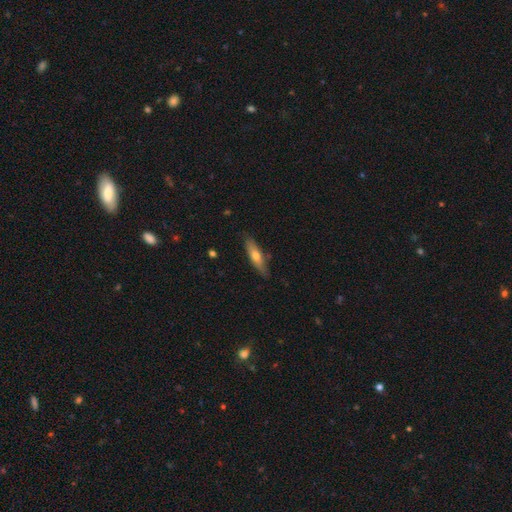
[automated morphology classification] smooth_or_featured: smooth (p=0.57) [alt: featured or disk p=0.37]
how_rounded: cigar-shaped (p=0.70) [alt: in between p=0.28]
merging: none (p=0.83) [alt: minor disturbance p=0.13]